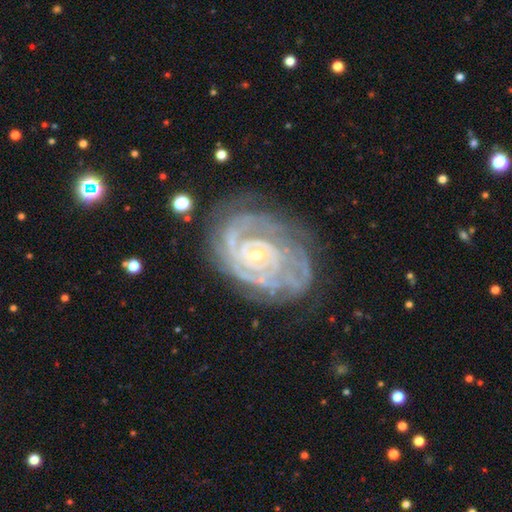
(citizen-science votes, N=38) featured or disk 89%, smooth 5%, star or artifact 5%. Down the decision tree: edge-on disk — no (100%); bar — no (65%); spiral arms — yes (100%); spiral arm count — 2 (29%, tied with can't tell); spiral winding — tight (65%); bulge size — small (59%); merging — none (72%).